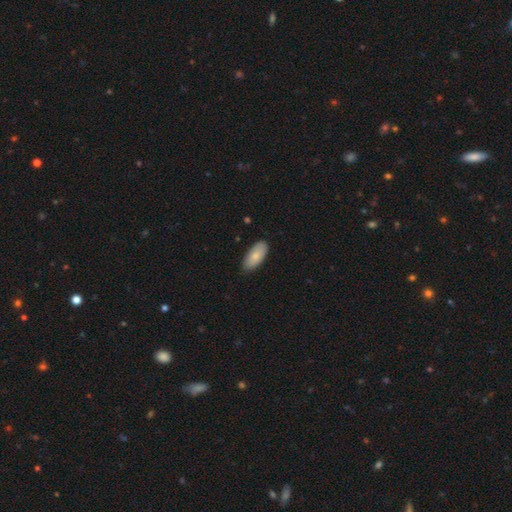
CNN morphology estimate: Smooth or featured?
  - smooth: 80% *
  - featured or disk: 14%
  - star or artifact: 6%
How rounded?
  - in between: 91% *
  - cigar-shaped: 7%
  - round: 2%
Merging?
  - none: 82% *
  - minor disturbance: 15%
  - major disturbance: 2%
  - merger: 1%